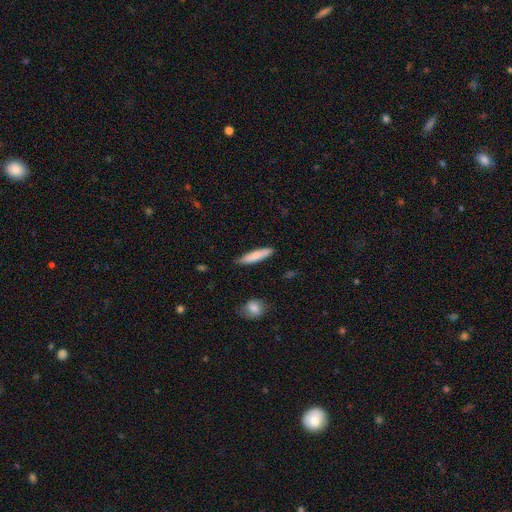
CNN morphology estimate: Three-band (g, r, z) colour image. It shows a smooth galaxy with no disk features (79%) that is cigar-shaped (80%). Merging: none (83%).